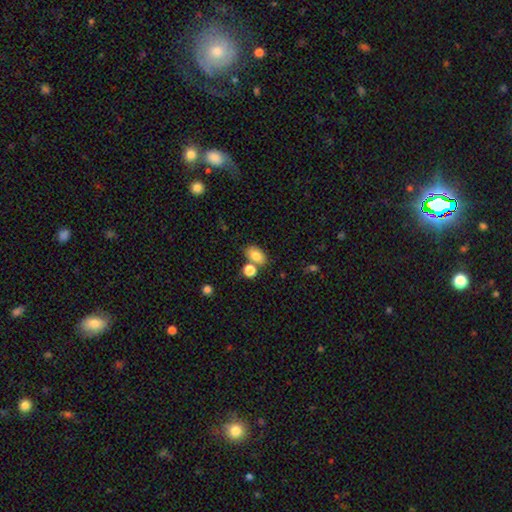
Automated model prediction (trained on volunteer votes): This appears to be a smooth galaxy with no disk features (81%) that is in between round and cigar-shaped (84%). Merging: none (63%).